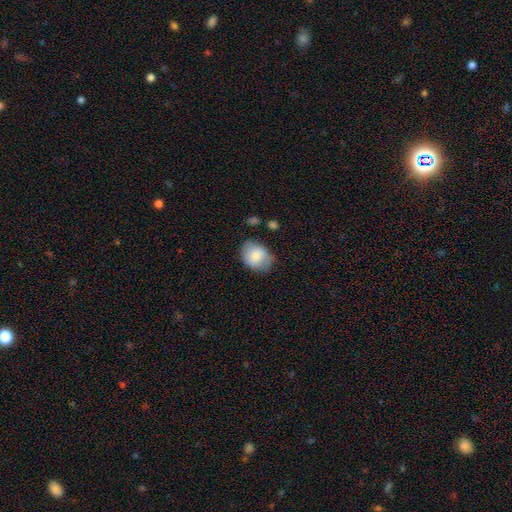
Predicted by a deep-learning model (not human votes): The model was most divided on "how rounded": in between: 63%, round: 36%, cigar-shaped: 1%. More confident: smooth or featured — smooth (76%); merging — none (62%).